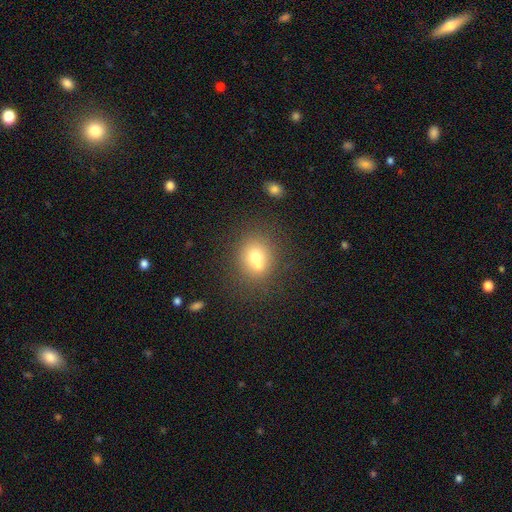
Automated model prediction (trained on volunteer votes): The model was most divided on "merging": none: 45%, merger: 42%, minor disturbance: 9%, major disturbance: 4%. More confident: how rounded — round (70%); smooth or featured — smooth (64%).